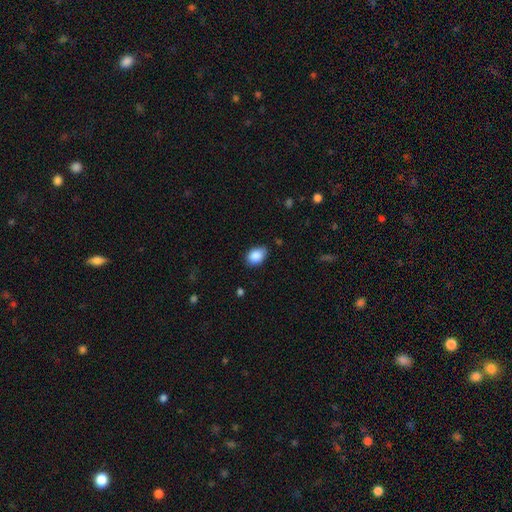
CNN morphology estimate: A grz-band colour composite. It shows a smooth galaxy with no disk features (87%) that is in between round and cigar-shaped (76%). Merging: none (75%).